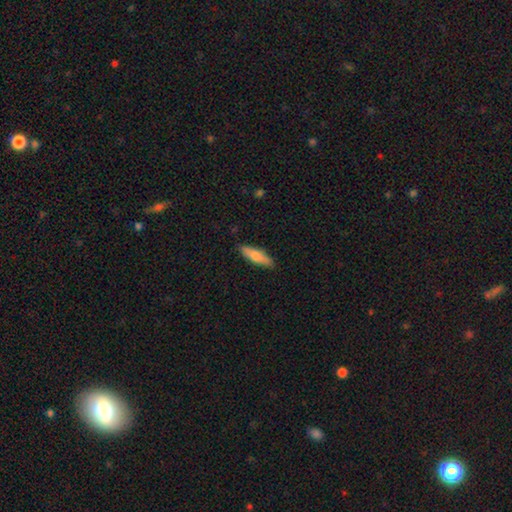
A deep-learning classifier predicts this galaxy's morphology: A smooth galaxy with no disk features (73%) that is cigar-shaped (63%). Merging: none (87%).